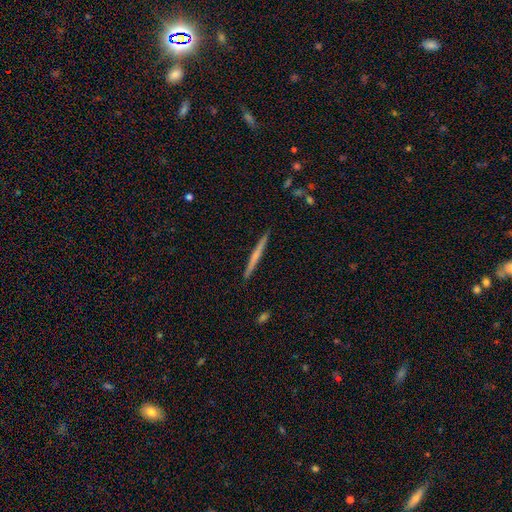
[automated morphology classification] Smooth or featured: featured or disk — 50% (smooth — 45%)
Merging: none — 92% (minor disturbance — 5%)